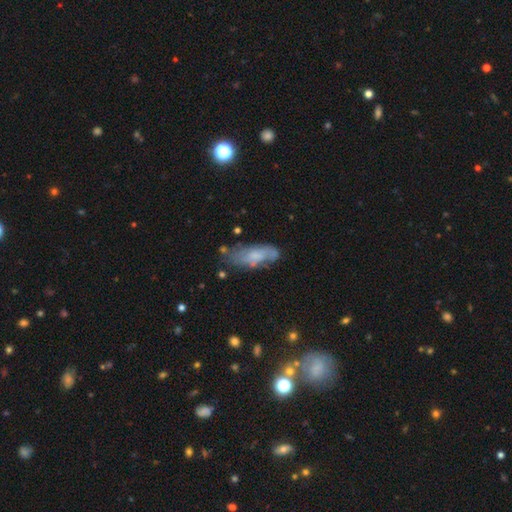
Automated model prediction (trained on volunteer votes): smooth-or-featured: smooth: 54% | featured or disk: 38% | star or artifact: 8%
  how-rounded: in between: 70% | cigar-shaped: 28% | round: 2%
  merging: none: 58% | minor disturbance: 26% | major disturbance: 10% | merger: 5%